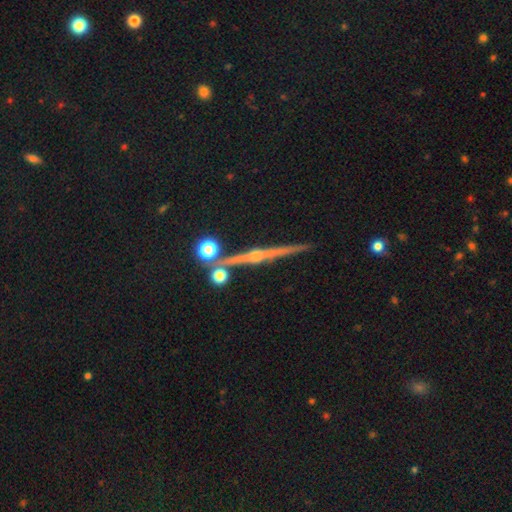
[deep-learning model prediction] smooth_or_featured: featured or disk (p=0.80) [alt: star or artifact p=0.10]
disk_edge_on: yes (p=0.98) [alt: no p=0.02]
edge_on_bulge: rounded (p=0.87) [alt: none p=0.08]
merging: none (p=0.86) [alt: minor disturbance p=0.07]